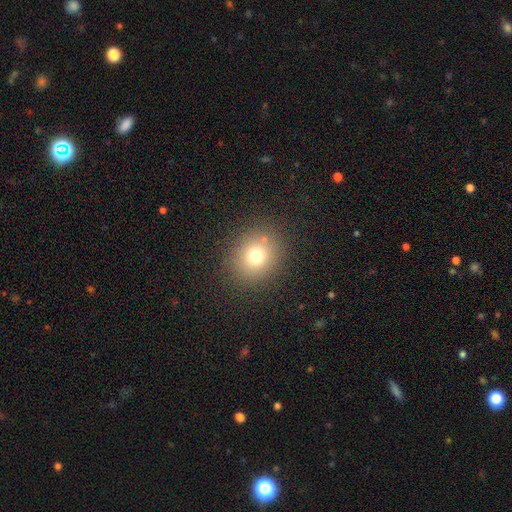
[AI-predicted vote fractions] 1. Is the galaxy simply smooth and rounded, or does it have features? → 73% smooth, 16% star or artifact, 10% featured or disk.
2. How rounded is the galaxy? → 76% round, 23% in between, 1% cigar-shaped.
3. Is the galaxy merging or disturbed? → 85% none, 9% minor disturbance, 4% major disturbance, 3% merger.